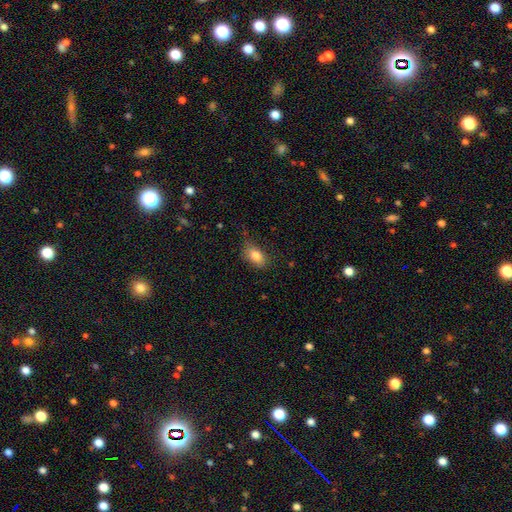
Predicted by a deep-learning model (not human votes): Smooth or featured?
  - smooth: 82% *
  - featured or disk: 10%
  - star or artifact: 9%
How rounded?
  - in between: 87% *
  - round: 10%
  - cigar-shaped: 3%
Merging?
  - none: 73% *
  - minor disturbance: 21%
  - major disturbance: 5%
  - merger: 1%